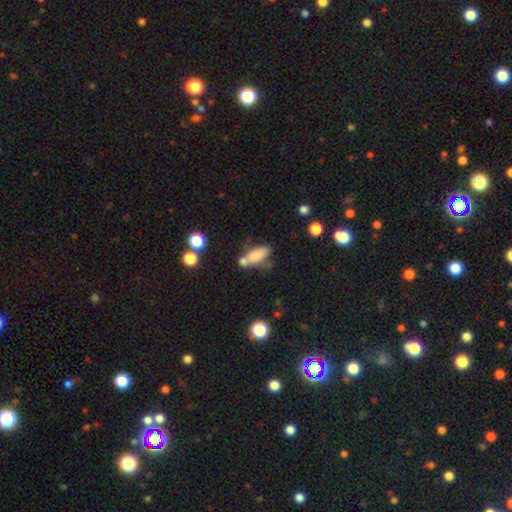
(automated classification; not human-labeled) Smooth or featured?
  - smooth: 75% *
  - featured or disk: 16%
  - star or artifact: 9%
How rounded?
  - in between: 69% *
  - cigar-shaped: 28%
  - round: 3%
Merging?
  - none: 42% *
  - merger: 26%
  - minor disturbance: 21%
  - major disturbance: 10%